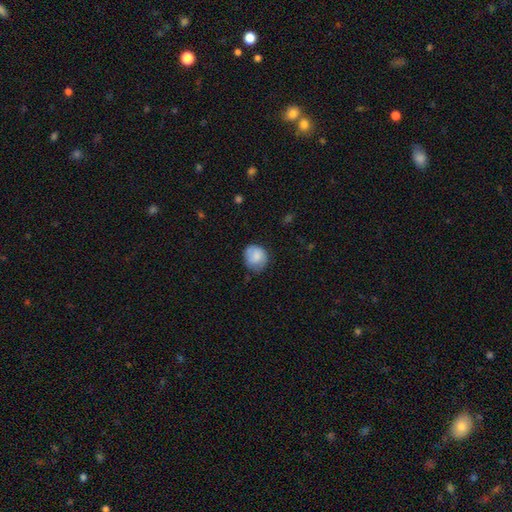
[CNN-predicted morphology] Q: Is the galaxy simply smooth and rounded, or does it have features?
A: smooth — 78%.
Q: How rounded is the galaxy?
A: round — 74%.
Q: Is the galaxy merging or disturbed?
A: none — 62%.